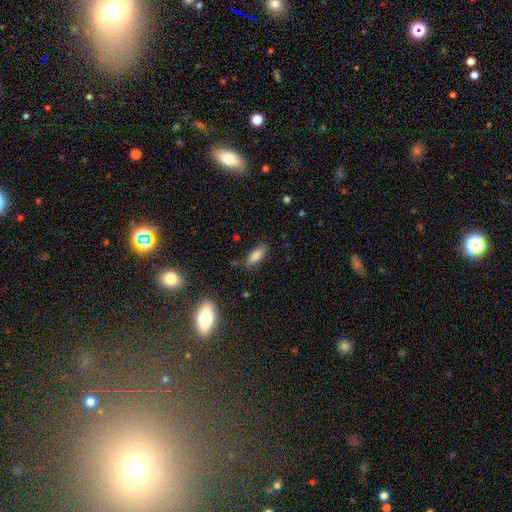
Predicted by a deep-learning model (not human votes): Smooth or featured? smooth (82%)
How rounded? in between (71%)
Merging? none (80%)